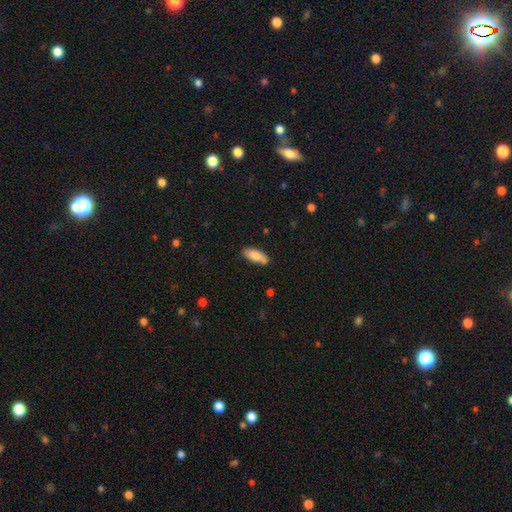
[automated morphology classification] This is clearly a smooth galaxy (80%). How rounded: clearly in between (81%). Merging: likely none (72%).